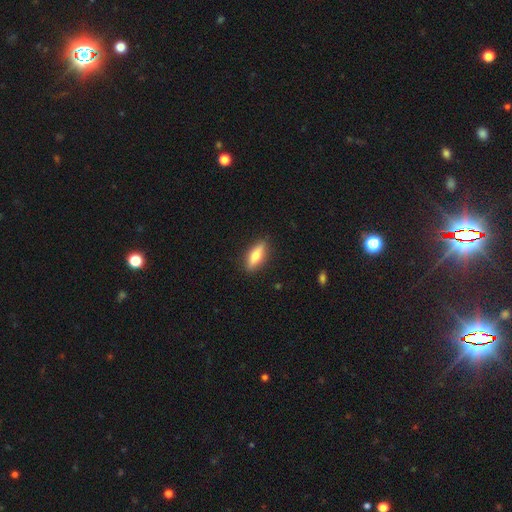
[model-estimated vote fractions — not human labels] A smooth galaxy with no disk features (65%) that is in between round and cigar-shaped (52%). Merging: none (88%).